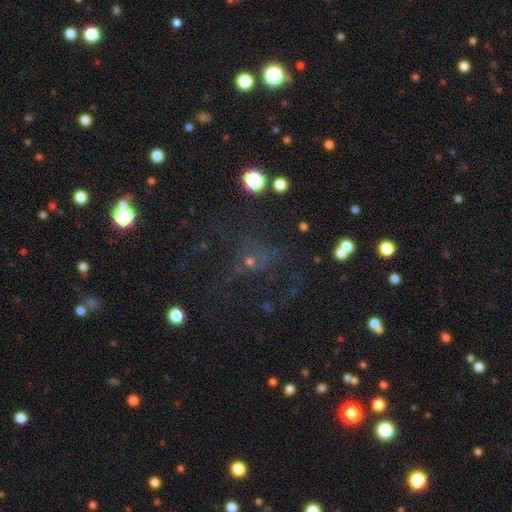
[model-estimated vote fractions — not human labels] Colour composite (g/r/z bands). It shows a star or artifact, not a galaxy (46%).